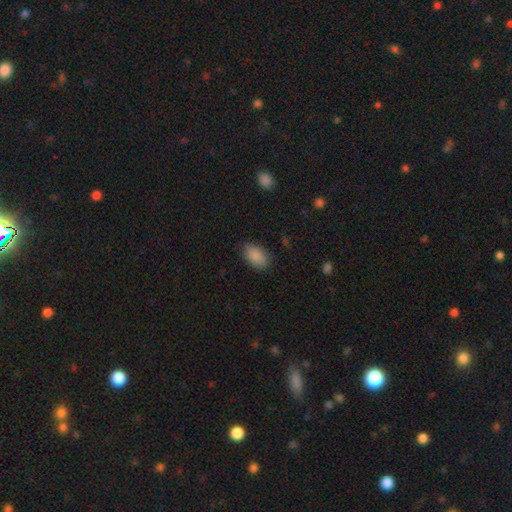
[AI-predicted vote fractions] This is clearly a smooth galaxy (88%). How rounded: clearly in between (91%). Merging: clearly none (82%).